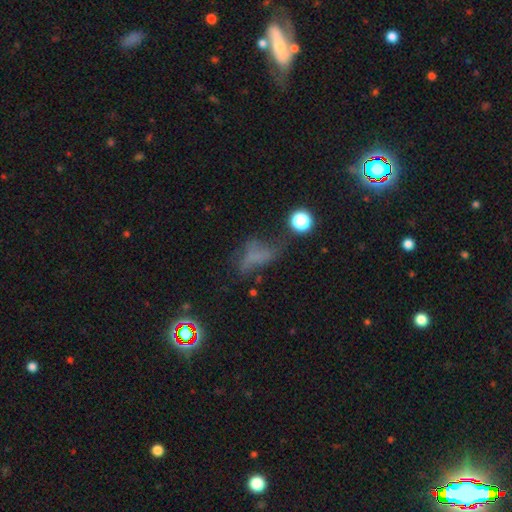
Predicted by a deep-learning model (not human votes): This appears to be a smooth galaxy with no disk features (42%). Merging: major disturbance (35%).